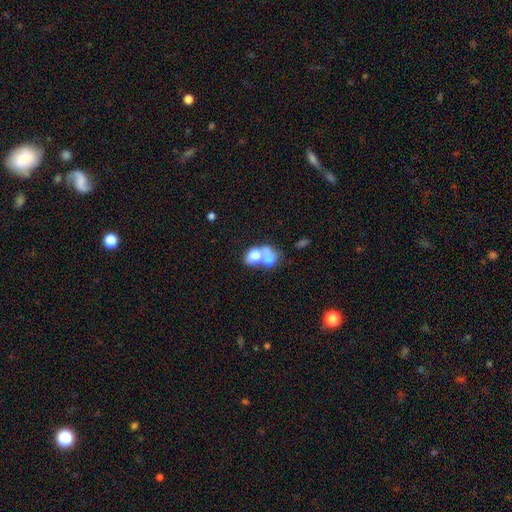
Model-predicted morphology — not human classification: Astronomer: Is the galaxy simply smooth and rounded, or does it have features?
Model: smooth — 70%.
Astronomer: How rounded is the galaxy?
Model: in between — 60% (runner-up: round, 38%).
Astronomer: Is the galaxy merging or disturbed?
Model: merger — 68%.